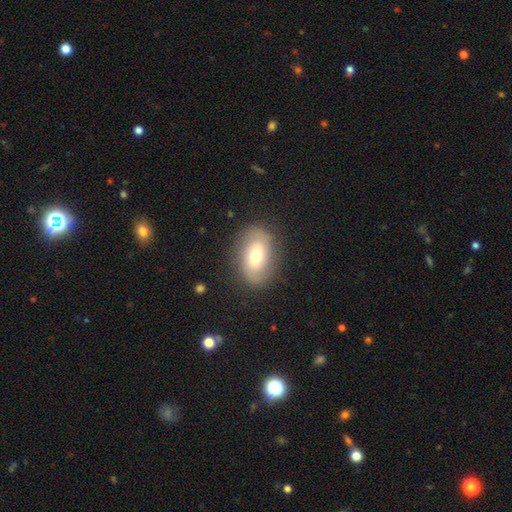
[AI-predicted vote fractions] A smooth galaxy with no disk features (51%) that is in between round and cigar-shaped (80%).

Vote fractions:
- Smooth or featured? smooth: 51% / featured or disk: 40% / star or artifact: 8%
- How rounded? in between: 80% / round: 18% / cigar-shaped: 2%
- Merging? none: 82% / minor disturbance: 13% / major disturbance: 5% / merger: 1%